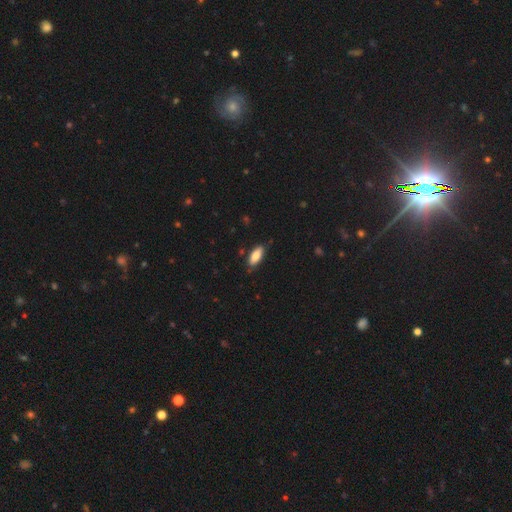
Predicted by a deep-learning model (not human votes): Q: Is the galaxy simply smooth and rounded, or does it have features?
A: smooth — 84%.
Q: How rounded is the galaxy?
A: in between — 79%.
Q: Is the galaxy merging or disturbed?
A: none — 83%.